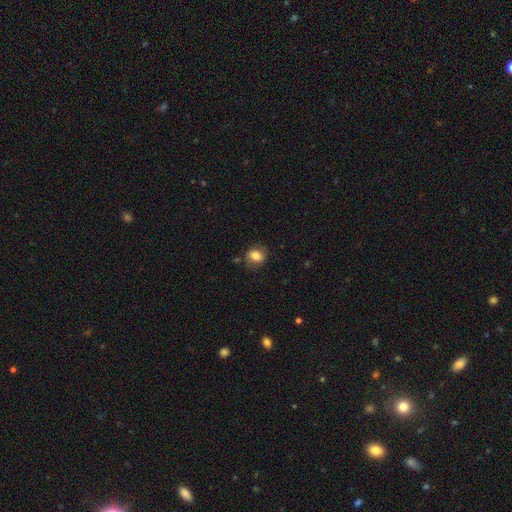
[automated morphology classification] smooth_or_featured: smooth (p=0.79) [alt: featured or disk p=0.12]
how_rounded: in between (p=0.57) [alt: round p=0.41]
merging: none (p=0.72) [alt: minor disturbance p=0.19]